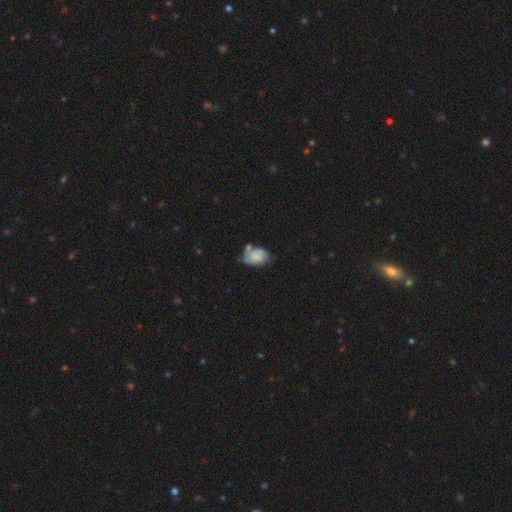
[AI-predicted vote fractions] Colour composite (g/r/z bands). It shows a smooth galaxy with no disk features (55%) that is in between round and cigar-shaped (79%). Merging: none (40%).